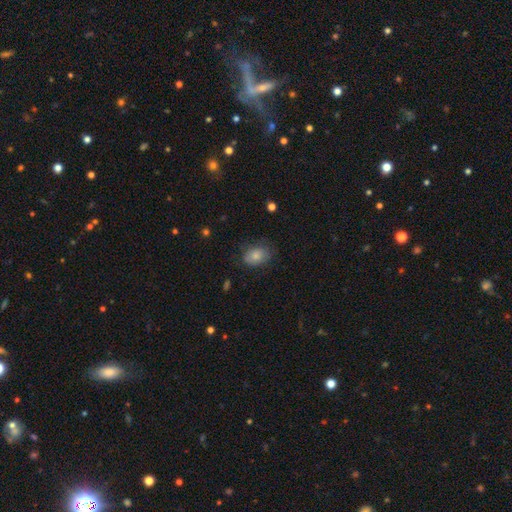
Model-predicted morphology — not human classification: The model was most divided on "merging": none: 70%, minor disturbance: 22%, major disturbance: 7%, merger: 1%. More confident: smooth or featured — smooth (82%); how rounded — in between (75%).